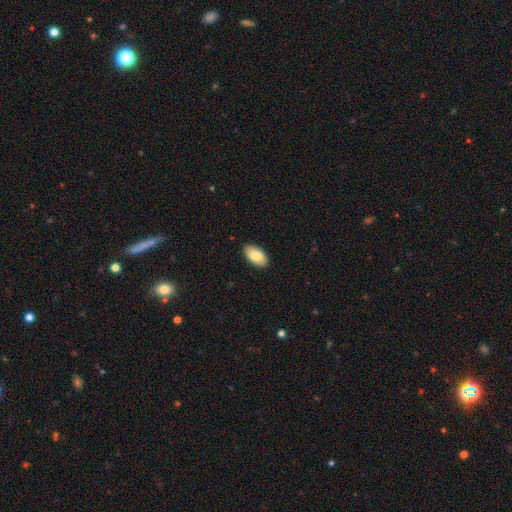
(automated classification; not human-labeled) Smooth or featured: smooth — 81% (featured or disk — 13%)
How rounded: in between — 95% (round — 3%)
Merging: none — 88% (minor disturbance — 9%)